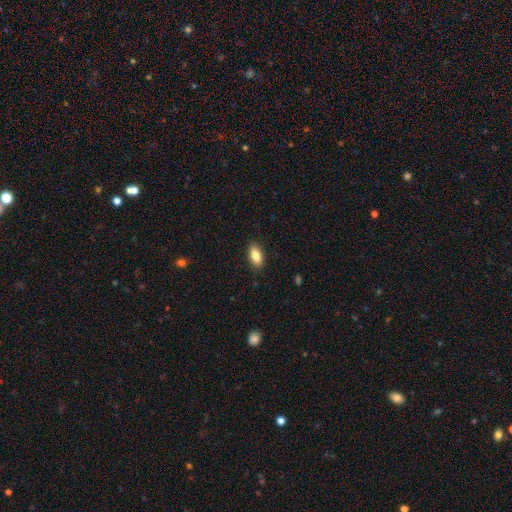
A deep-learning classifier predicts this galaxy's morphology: Smooth or featured? Predicted: smooth (p=0.84). How rounded? Predicted: in between (p=0.91). Merging? Predicted: none (p=0.89).